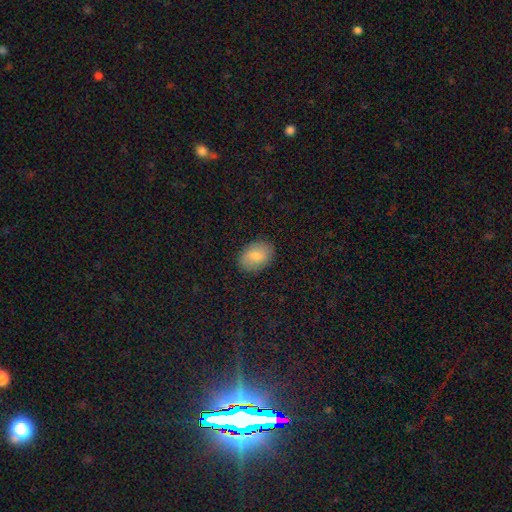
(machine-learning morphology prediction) A smooth galaxy with no disk features (80%) that is in between round and cigar-shaped (80%).

Vote fractions:
- Smooth or featured? smooth: 80% / featured or disk: 13% / star or artifact: 7%
- How rounded? in between: 80% / round: 19% / cigar-shaped: 1%
- Merging? none: 87% / minor disturbance: 9% / major disturbance: 2% / merger: 1%